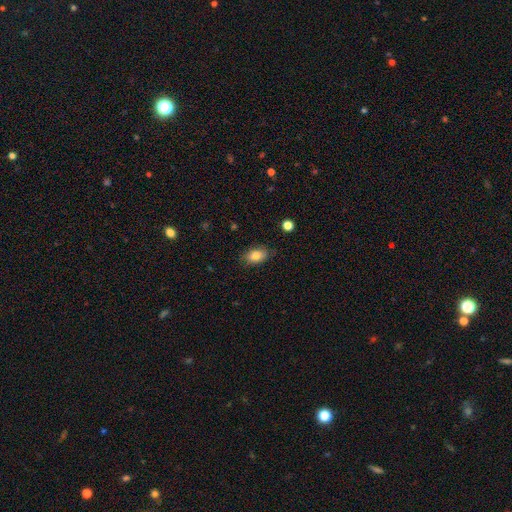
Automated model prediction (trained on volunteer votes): Overall: smooth (82%). How rounded: in between (86%). Merging: none (82%).